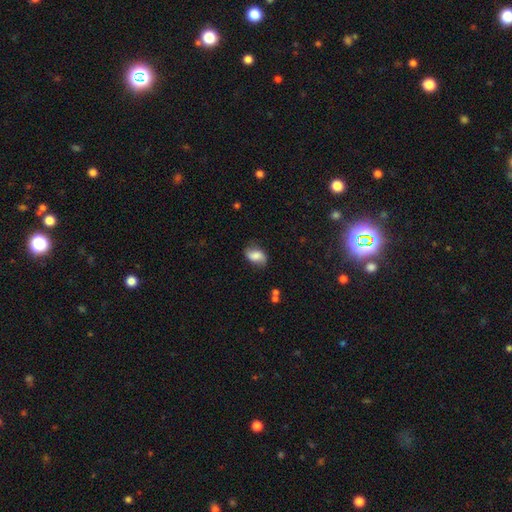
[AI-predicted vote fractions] Morphology: type=smooth (62%); roundness=in between (84%); merging=none (68%).